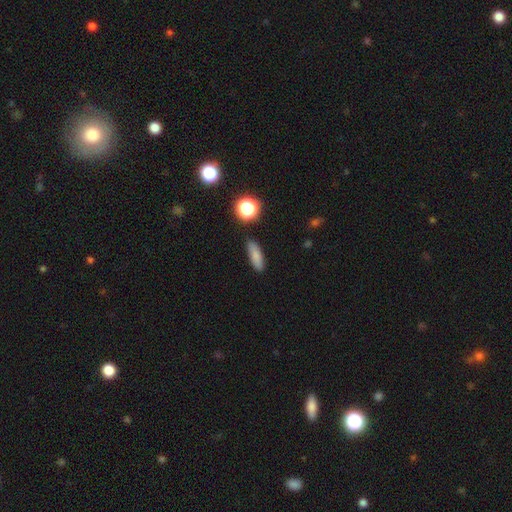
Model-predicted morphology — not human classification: A smooth galaxy with no disk features (81%) that is in between round and cigar-shaped (57%).

Vote fractions:
- Smooth or featured? smooth: 81% / star or artifact: 10% / featured or disk: 8%
- How rounded? in between: 57% / cigar-shaped: 38% / round: 6%
- Merging? none: 84% / minor disturbance: 11% / major disturbance: 3% / merger: 2%